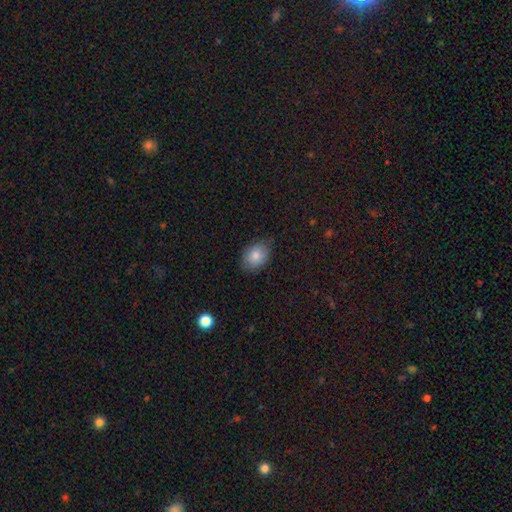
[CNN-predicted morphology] Q: Smooth or featured?
A: smooth (81%); runner-up: featured or disk (10%)
Q: How rounded?
A: in between (65%); runner-up: round (34%)
Q: Merging?
A: none (76%); runner-up: minor disturbance (19%)